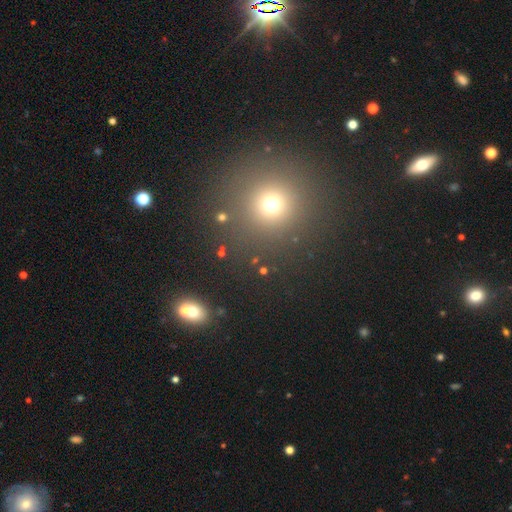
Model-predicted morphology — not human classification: smooth 53%, star or artifact 40%, featured or disk 7%. Down the decision tree: how rounded — round (95%); merging — none (89%).